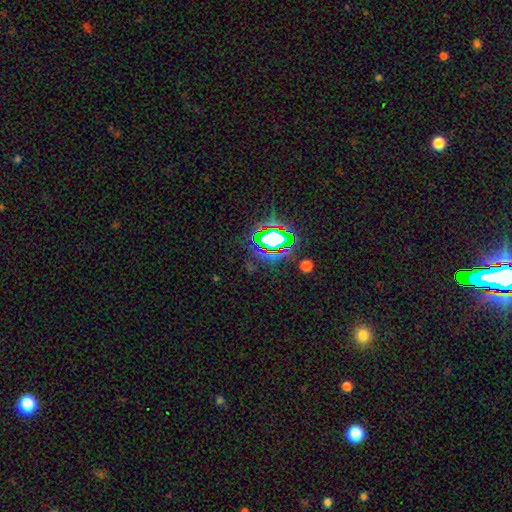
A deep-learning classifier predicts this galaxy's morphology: Overall: star or artifact (78%).